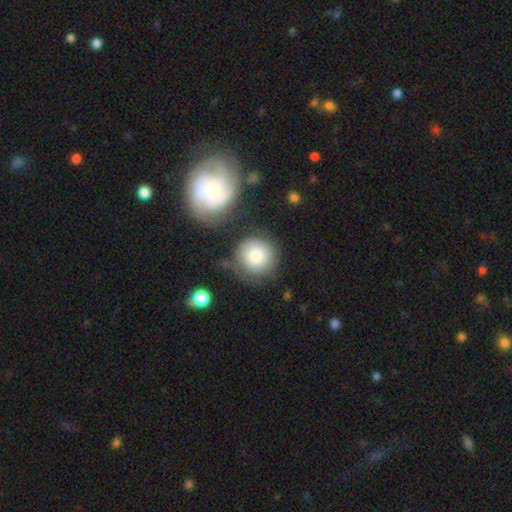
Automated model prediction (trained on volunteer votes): This appears to be a smooth galaxy with no disk features (78%) that is round (91%). Merging: none (64%).